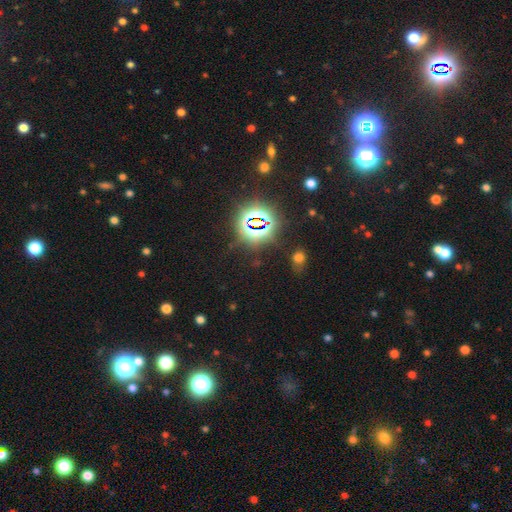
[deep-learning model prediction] A star or artifact, not a galaxy (80%).